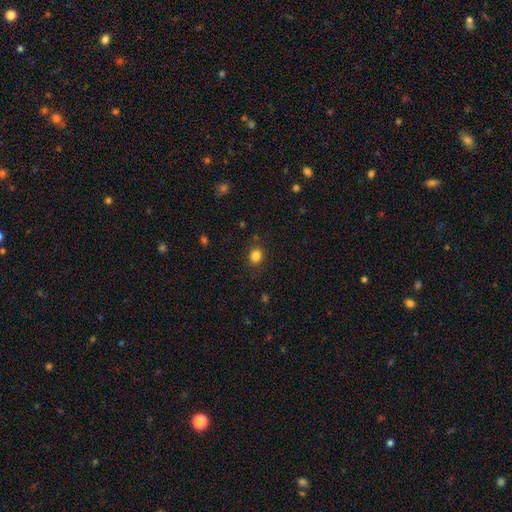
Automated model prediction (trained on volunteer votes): A smooth galaxy with no disk features (83%) that is round (71%).

Vote fractions:
- Smooth or featured? smooth: 83% / star or artifact: 12% / featured or disk: 5%
- How rounded? round: 71% / in between: 28% / cigar-shaped: 1%
- Merging? none: 84% / minor disturbance: 11% / major disturbance: 3% / merger: 2%